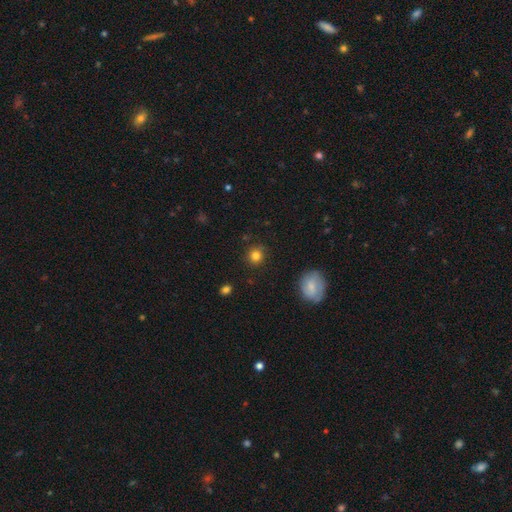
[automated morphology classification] type=smooth (82%); roundness=round (90%); merging=none (87%).